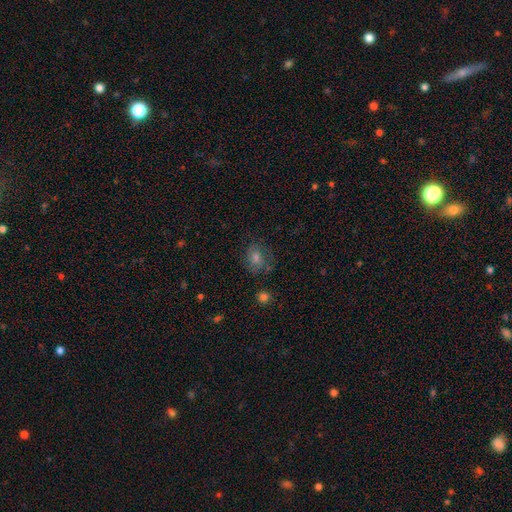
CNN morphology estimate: A smooth galaxy with no disk features (56%) that is round (59%). Merging: none (73%).